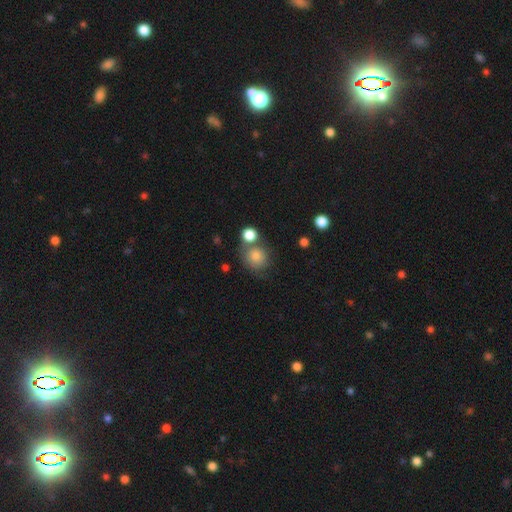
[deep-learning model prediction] This appears to be a smooth galaxy with no disk features (80%) that is round (86%). Merging: none (56%).